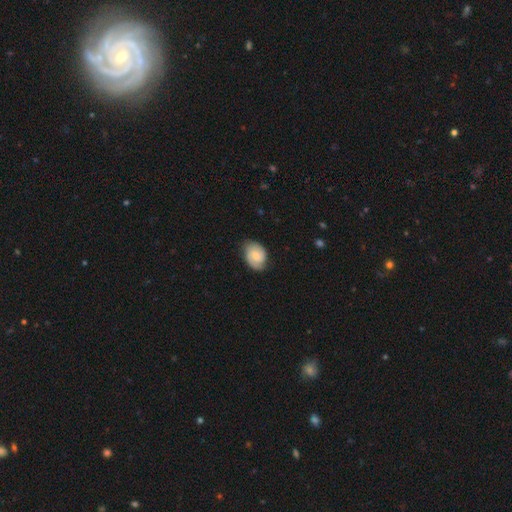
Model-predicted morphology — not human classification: Smooth or featured? featured or disk (51%)
Edge-on disk? no (97%)
Merging? none (75%)